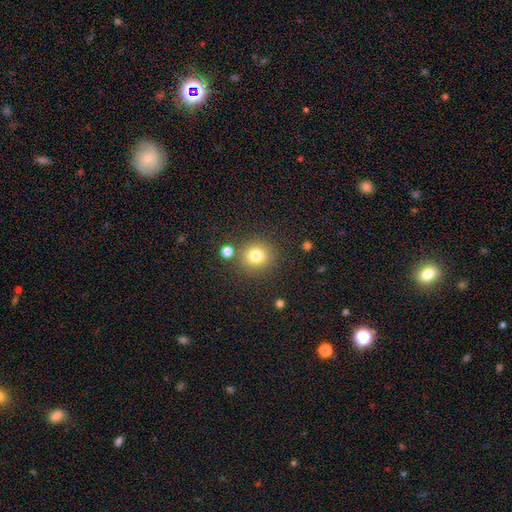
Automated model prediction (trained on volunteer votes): This is likely a smooth galaxy (79%). How rounded: clearly round (90%). Merging: clearly none (81%).